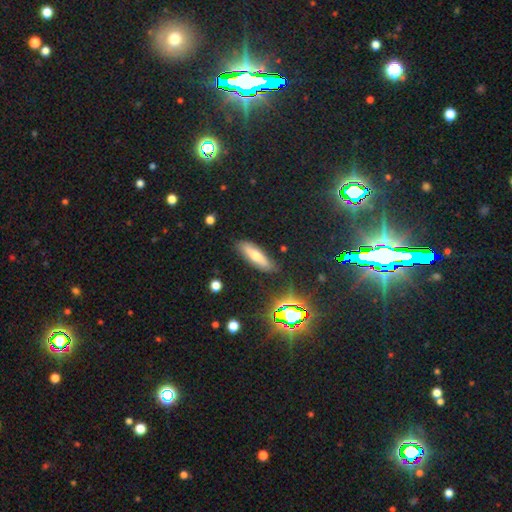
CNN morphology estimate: smooth_or_featured: smooth (p=0.57) [alt: featured or disk p=0.26]
how_rounded: cigar-shaped (p=0.54) [alt: in between p=0.43]
merging: none (p=0.85) [alt: minor disturbance p=0.11]